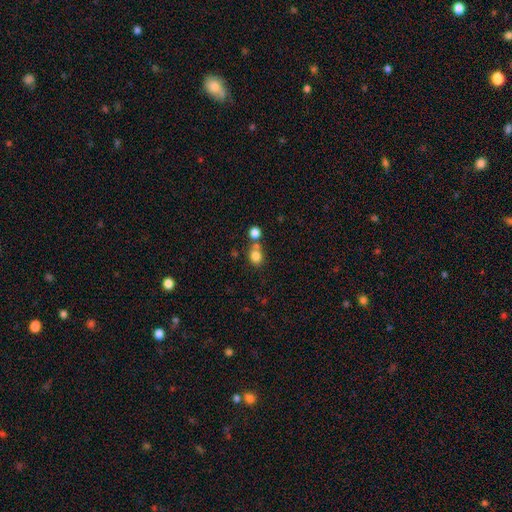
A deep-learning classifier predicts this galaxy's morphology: Smooth or featured? Predicted: smooth (p=0.81). How rounded? Predicted: round (p=0.65). Merging? Predicted: none (p=0.54).